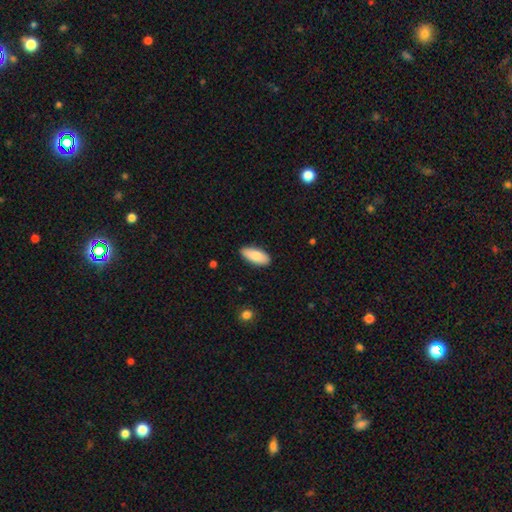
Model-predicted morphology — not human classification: smooth 85%, featured or disk 9%, star or artifact 6%. Down the decision tree: how rounded — in between (86%); merging — none (86%).